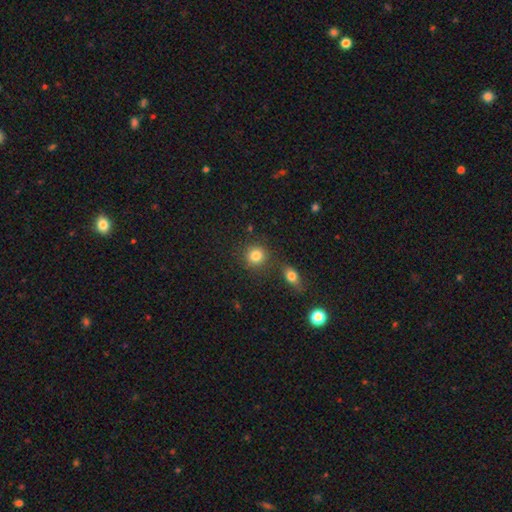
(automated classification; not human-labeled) Smooth or featured? Predicted: smooth (p=0.83). How rounded? Predicted: round (p=0.87). Merging? Predicted: none (p=0.78).